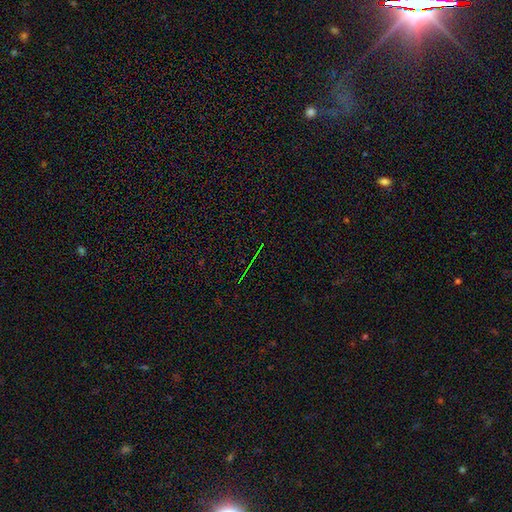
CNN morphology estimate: smooth_or_featured: star or artifact (p=0.78) [alt: featured or disk p=0.11]